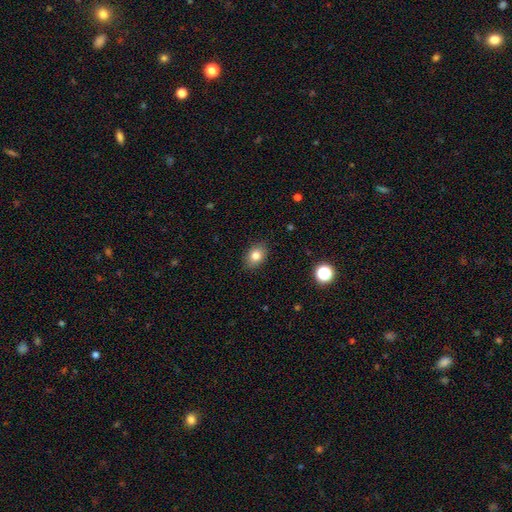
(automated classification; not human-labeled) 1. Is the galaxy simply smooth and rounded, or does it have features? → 81% smooth, 11% star or artifact, 8% featured or disk.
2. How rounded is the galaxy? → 67% in between, 32% round, 1% cigar-shaped.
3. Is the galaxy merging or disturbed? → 88% none, 9% minor disturbance, 2% major disturbance, 1% merger.